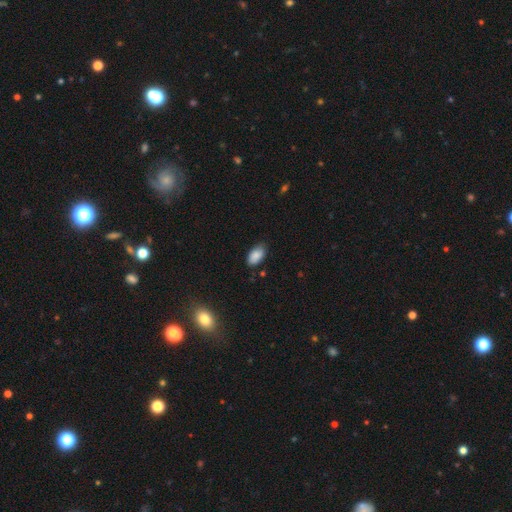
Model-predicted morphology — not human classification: Smooth or featured? smooth (86%)
How rounded? in between (94%)
Merging? none (76%)